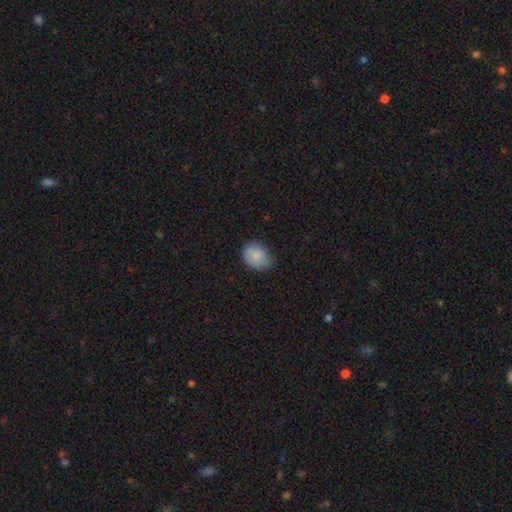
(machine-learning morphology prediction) This is clearly a smooth galaxy (84%). How rounded: possibly in between (50%). Merging: likely none (67%).